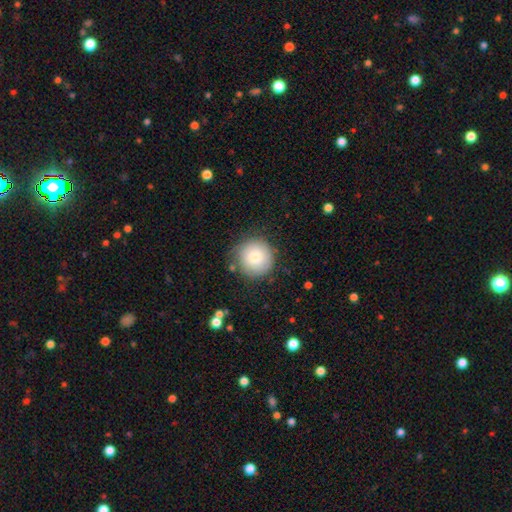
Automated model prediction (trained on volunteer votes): smooth-or-featured: smooth: 79% | featured or disk: 12% | star or artifact: 9%
  how-rounded: round: 96% | in between: 3% | cigar-shaped: 1%
  merging: none: 81% | minor disturbance: 13% | major disturbance: 4% | merger: 2%